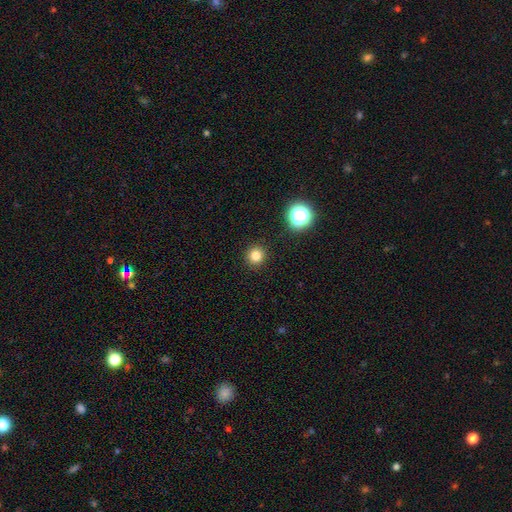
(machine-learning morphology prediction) Overall: smooth (80%). How rounded: round (95%). Merging: none (93%).